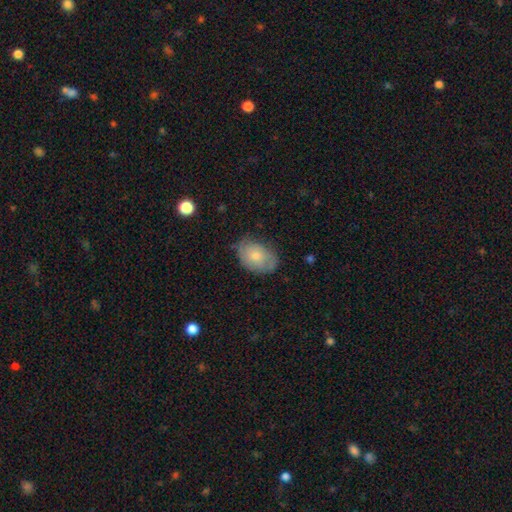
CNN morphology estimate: Smooth or featured: smooth — 67% (featured or disk — 26%)
How rounded: in between — 82% (round — 17%)
Merging: none — 67% (minor disturbance — 26%)